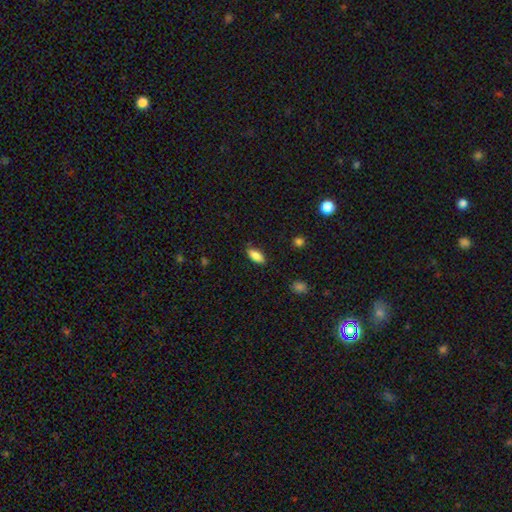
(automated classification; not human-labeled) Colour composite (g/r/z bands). It shows a smooth galaxy with no disk features (84%) that is in between round and cigar-shaped (82%). Merging: none (82%).